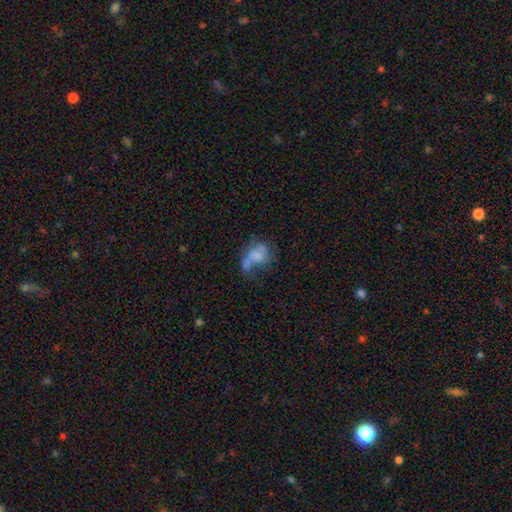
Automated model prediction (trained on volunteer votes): The model was most divided on "smooth or featured": featured or disk: 44%, smooth: 42%, star or artifact: 14%. Remaining: merging — major disturbance (45%).